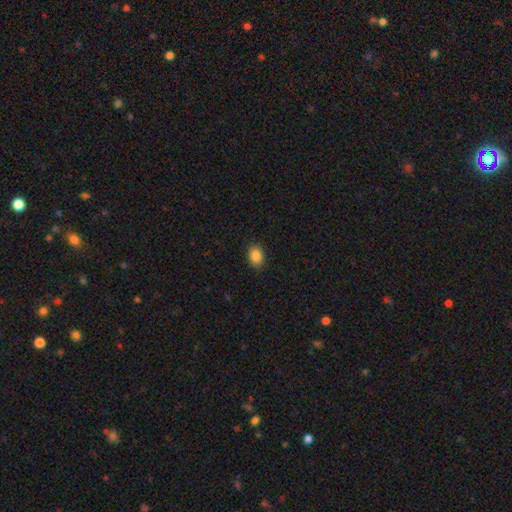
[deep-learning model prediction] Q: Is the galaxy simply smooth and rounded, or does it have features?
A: smooth — 86%.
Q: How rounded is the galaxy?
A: in between — 74%.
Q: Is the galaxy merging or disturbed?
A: none — 89%.